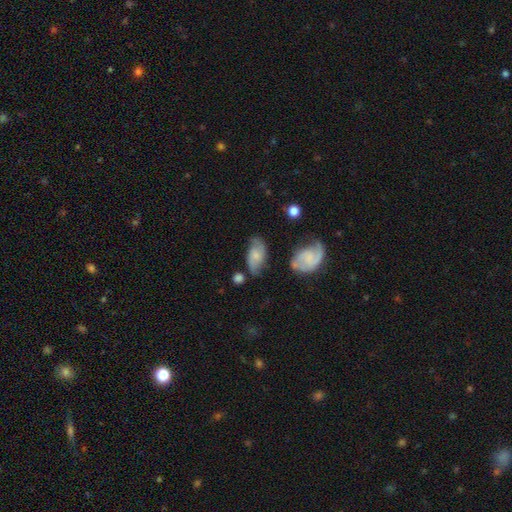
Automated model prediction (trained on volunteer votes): A featured or disk galaxy (47%).

Vote fractions:
- Smooth or featured? featured or disk: 47% / smooth: 45% / star or artifact: 7%
- Merging? none: 59% / minor disturbance: 25% / major disturbance: 10% / merger: 6%